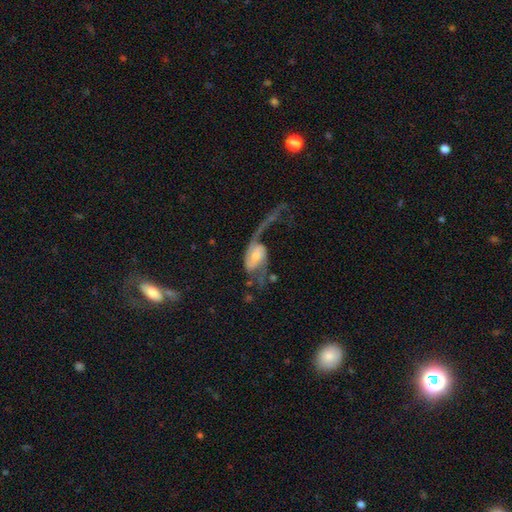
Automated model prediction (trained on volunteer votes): Smooth or featured? featured or disk (79%)
Edge-on disk? no (96%)
Bar? weak (44%)
Spiral arms? yes (90%)
Spiral winding? loose (75%)
Spiral arm count? 2 (77%)
Bulge size? moderate (44%)
Merging? major disturbance (51%)